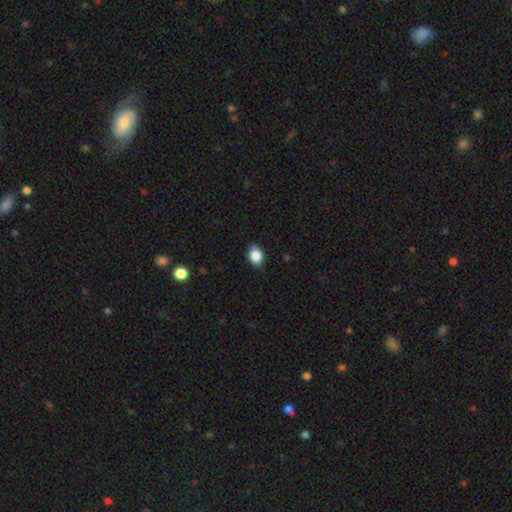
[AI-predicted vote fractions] Q: Smooth or featured?
A: smooth (85%); runner-up: star or artifact (9%)
Q: How rounded?
A: in between (69%); runner-up: round (30%)
Q: Merging?
A: none (84%); runner-up: minor disturbance (13%)